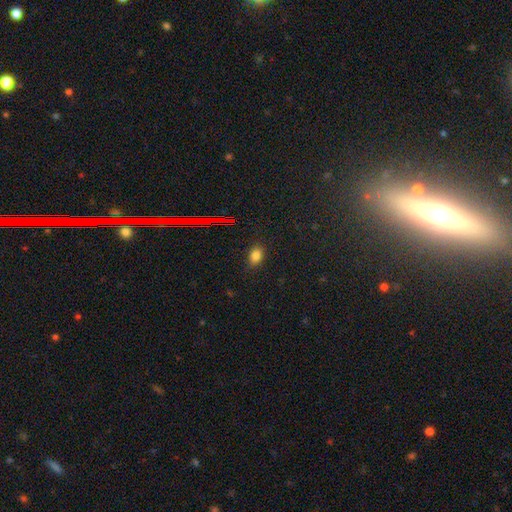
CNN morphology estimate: A smooth galaxy with no disk features (79%) that is in between round and cigar-shaped (79%). Merging: none (84%).